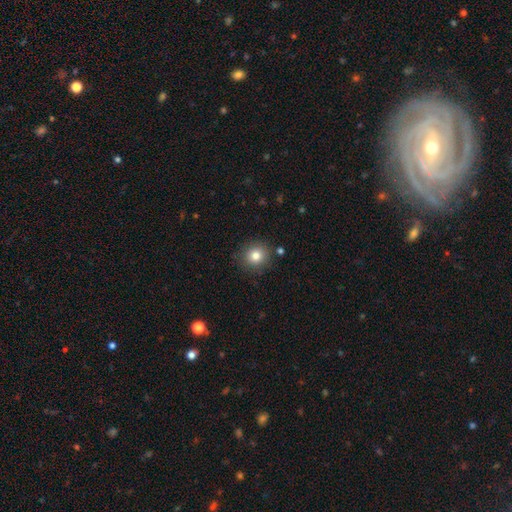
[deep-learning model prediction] Q: Smooth or featured?
A: smooth (81%); runner-up: star or artifact (12%)
Q: How rounded?
A: round (89%); runner-up: in between (10%)
Q: Merging?
A: none (87%); runner-up: minor disturbance (8%)